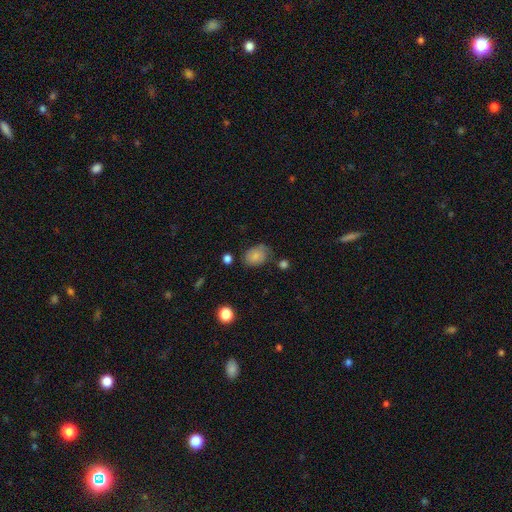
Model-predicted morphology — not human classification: Smooth or featured? Predicted: smooth (p=0.79). How rounded? Predicted: in between (p=0.77). Merging? Predicted: none (p=0.62).